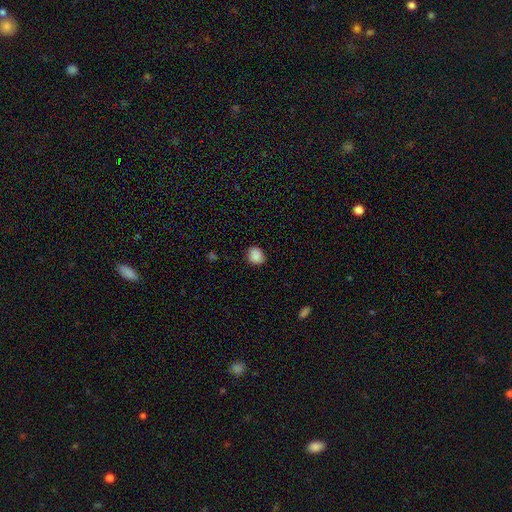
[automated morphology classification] Smooth or featured: smooth — 88% (star or artifact — 9%)
How rounded: round — 66% (in between — 33%)
Merging: none — 81% (minor disturbance — 15%)